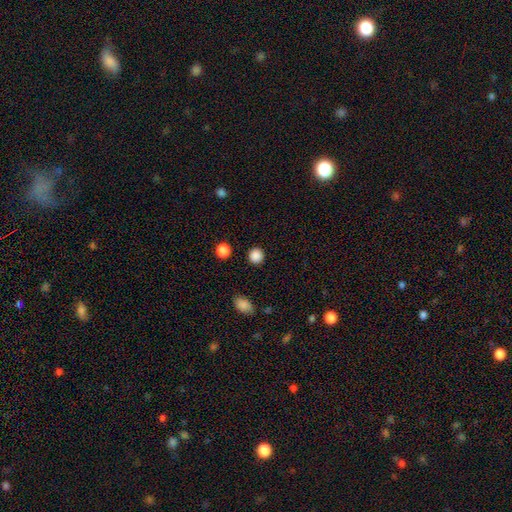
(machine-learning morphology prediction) A smooth galaxy with no disk features (86%) that is round (93%). Merging: none (91%).